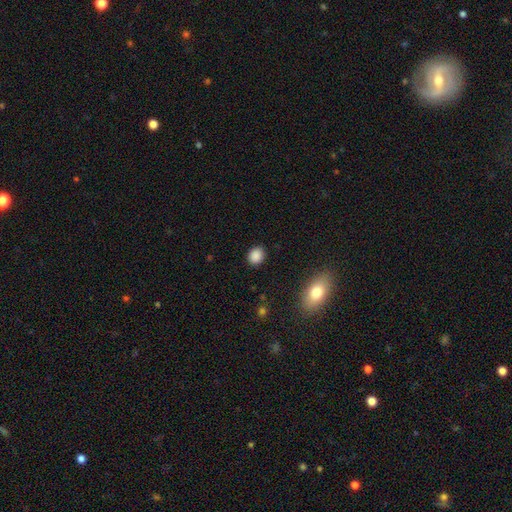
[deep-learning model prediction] The model was most divided on "how rounded": round: 54%, in between: 44%, cigar-shaped: 1%. More confident: merging — none (88%); smooth or featured — smooth (87%).